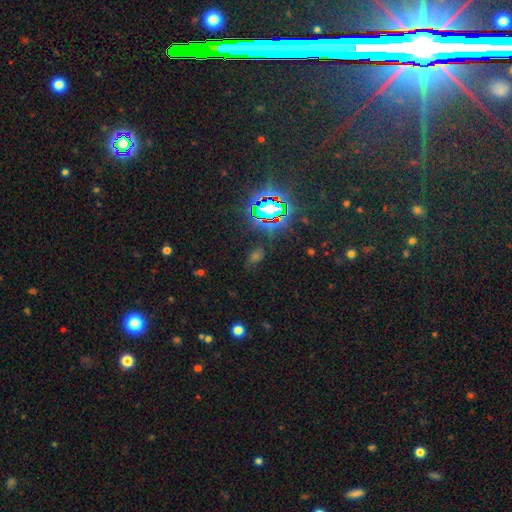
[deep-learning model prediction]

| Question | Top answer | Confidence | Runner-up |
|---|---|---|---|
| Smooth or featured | star or artifact | 65% | smooth (24%) |